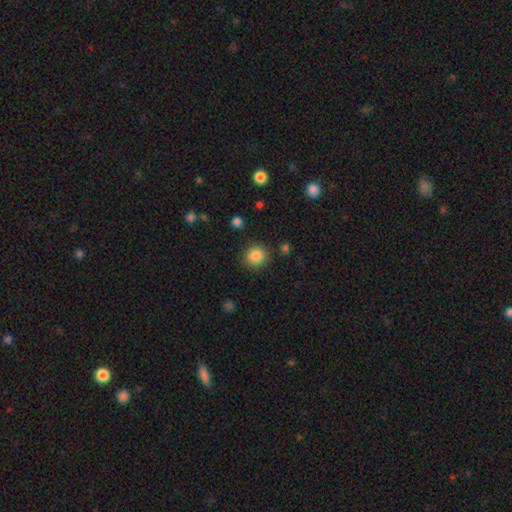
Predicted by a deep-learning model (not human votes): Smooth or featured?
  - smooth: 86% *
  - star or artifact: 10%
  - featured or disk: 4%
How rounded?
  - round: 89% *
  - in between: 10%
  - cigar-shaped: 1%
Merging?
  - none: 87% *
  - minor disturbance: 8%
  - major disturbance: 3%
  - merger: 2%